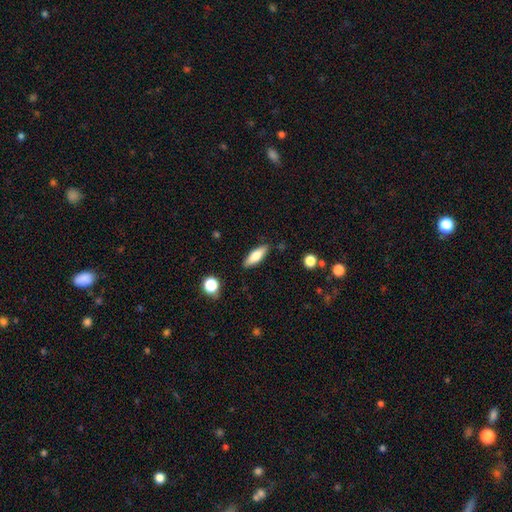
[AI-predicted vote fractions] smooth_or_featured: smooth (p=0.73) [alt: featured or disk p=0.21]
how_rounded: in between (p=0.59) [alt: cigar-shaped p=0.39]
merging: none (p=0.84) [alt: minor disturbance p=0.12]